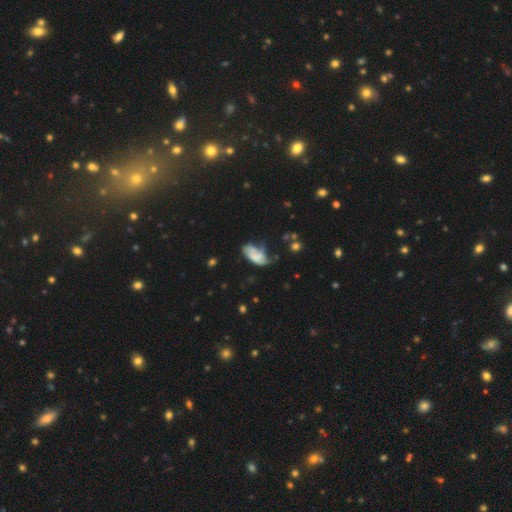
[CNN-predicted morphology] smooth_or_featured: smooth (p=0.60) [alt: featured or disk p=0.31]
how_rounded: in between (p=0.90) [alt: cigar-shaped p=0.07]
merging: minor disturbance (p=0.33) [alt: none p=0.30]